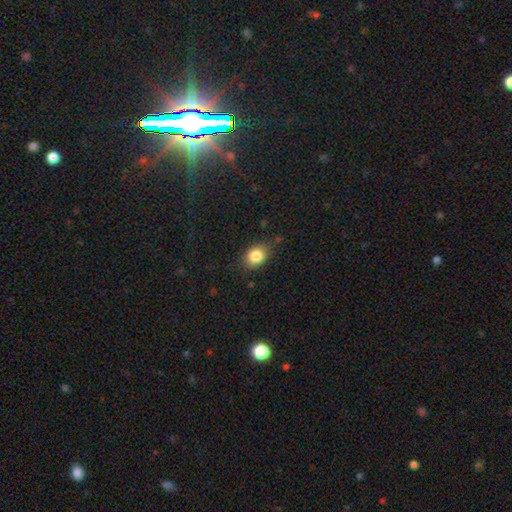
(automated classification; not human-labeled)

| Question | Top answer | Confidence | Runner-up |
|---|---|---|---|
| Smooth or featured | smooth | 85% | star or artifact (9%) |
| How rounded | in between | 57% | round (42%) |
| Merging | none | 78% | minor disturbance (17%) |